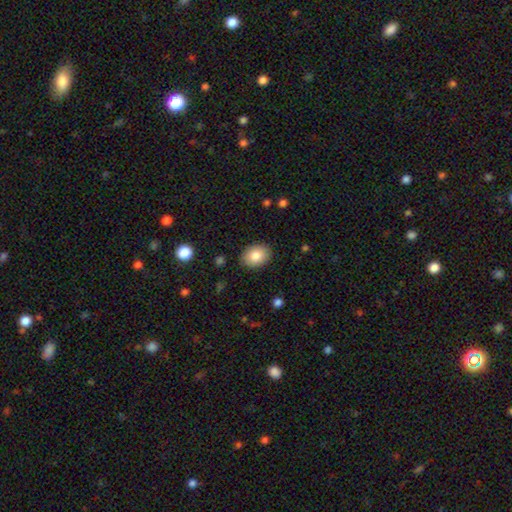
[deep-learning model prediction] Smooth or featured? smooth (84%)
How rounded? in between (72%)
Merging? none (88%)